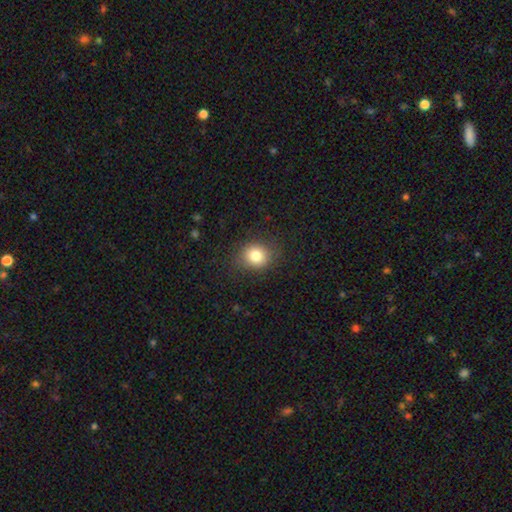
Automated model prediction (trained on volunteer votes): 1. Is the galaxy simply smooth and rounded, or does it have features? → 82% smooth, 11% star or artifact, 7% featured or disk.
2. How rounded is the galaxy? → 72% round, 28% in between, 1% cigar-shaped.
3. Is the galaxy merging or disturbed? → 84% none, 11% minor disturbance, 4% major disturbance, 1% merger.